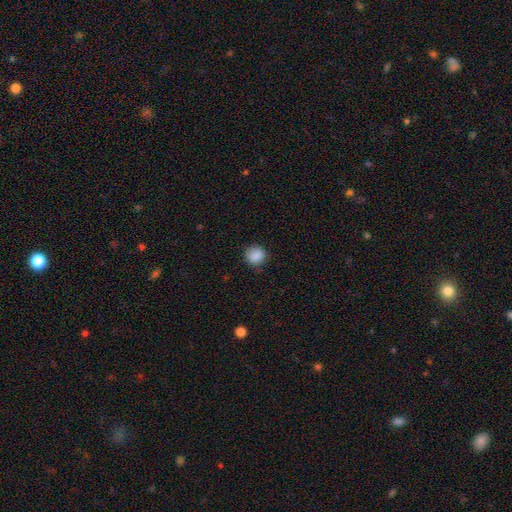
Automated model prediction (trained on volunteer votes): Overall: smooth (88%). How rounded: round (86%). Merging: none (85%).